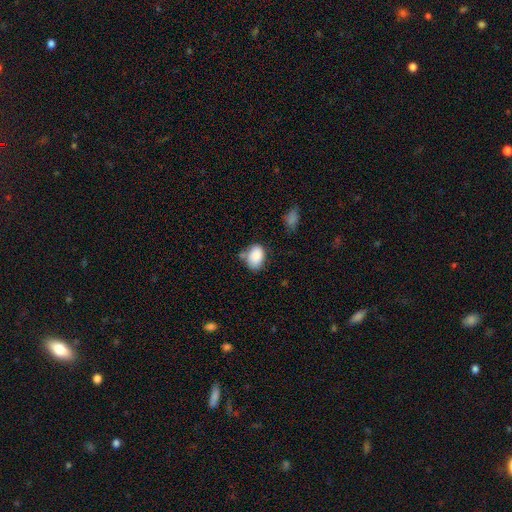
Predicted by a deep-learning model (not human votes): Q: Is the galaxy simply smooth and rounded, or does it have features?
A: smooth — 87%.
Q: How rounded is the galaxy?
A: in between — 82%.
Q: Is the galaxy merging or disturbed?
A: none — 58%.